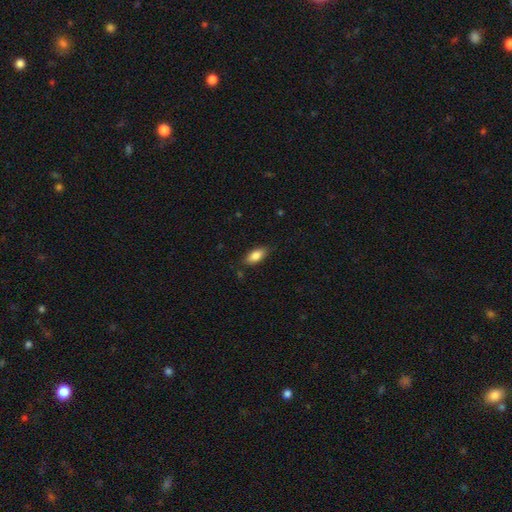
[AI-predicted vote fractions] smooth-or-featured: smooth: 84% | featured or disk: 9% | star or artifact: 7%
  how-rounded: in between: 87% | cigar-shaped: 10% | round: 3%
  merging: none: 81% | minor disturbance: 15% | major disturbance: 3% | merger: 1%